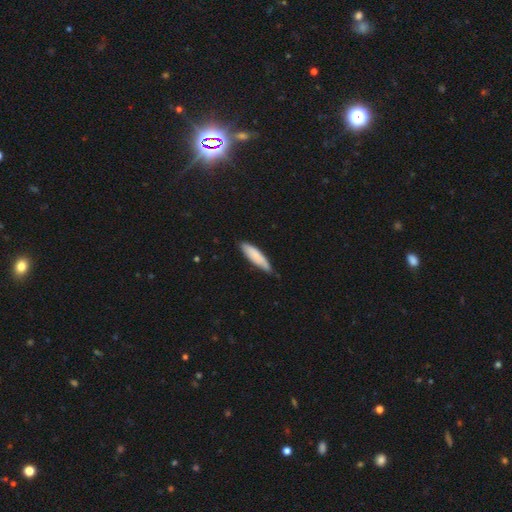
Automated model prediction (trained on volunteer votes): This is likely a smooth galaxy (80%). How rounded: likely cigar-shaped (66%). Merging: likely none (67%).